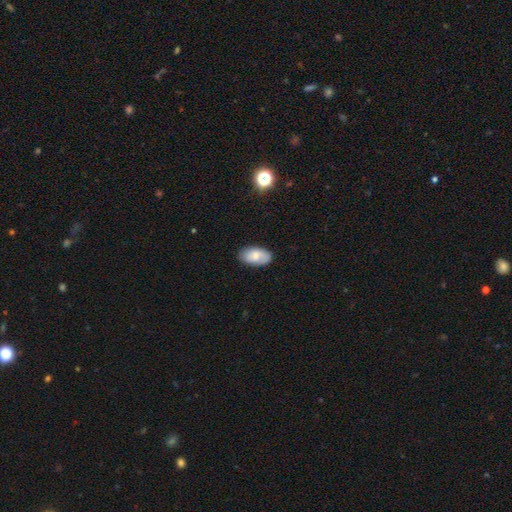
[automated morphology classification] smooth_or_featured: smooth (p=0.72) [alt: featured or disk p=0.21]
how_rounded: in between (p=0.94) [alt: round p=0.03]
merging: none (p=0.80) [alt: minor disturbance p=0.16]